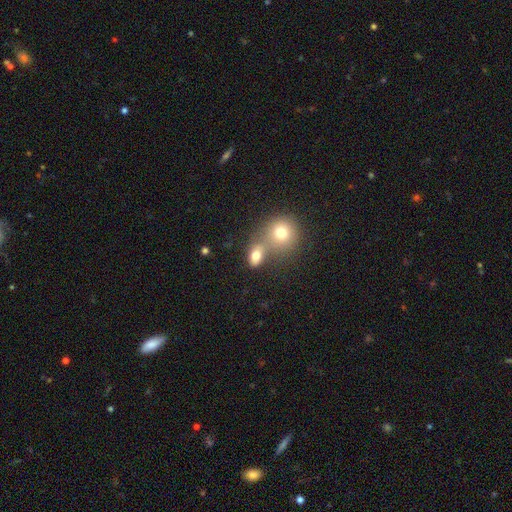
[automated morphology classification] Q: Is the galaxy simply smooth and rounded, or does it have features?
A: smooth — 77%.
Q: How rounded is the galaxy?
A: in between — 61%.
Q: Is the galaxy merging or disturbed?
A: merger — 49%.